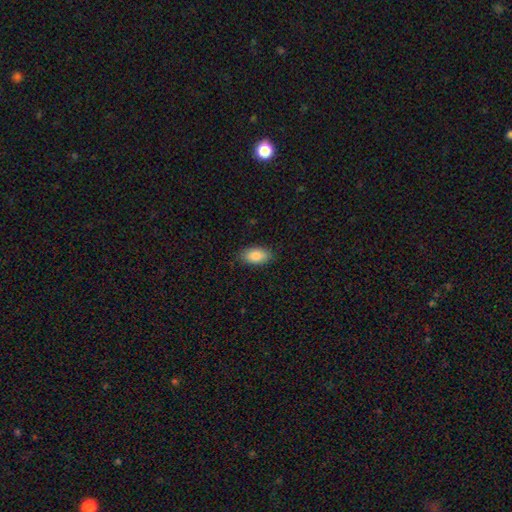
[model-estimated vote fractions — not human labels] Smooth or featured? smooth (84%)
How rounded? in between (93%)
Merging? none (86%)